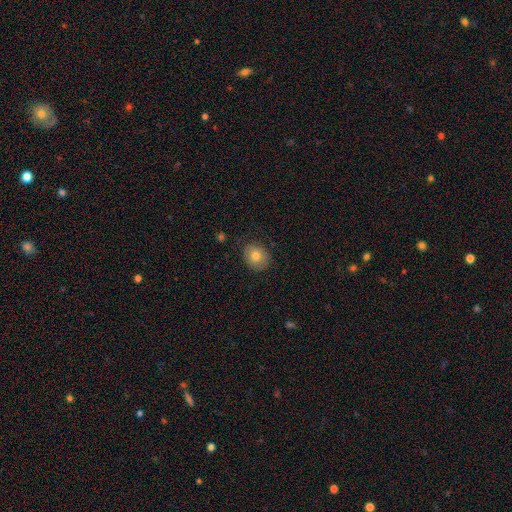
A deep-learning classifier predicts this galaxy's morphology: The model was most divided on "how rounded": round: 63%, in between: 37%, cigar-shaped: 1%. More confident: merging — none (81%); smooth or featured — smooth (78%).